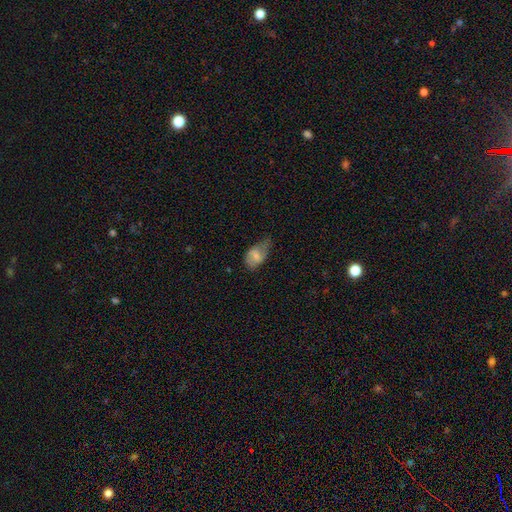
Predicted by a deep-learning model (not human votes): Smooth or featured?
  - smooth: 66% *
  - featured or disk: 26%
  - star or artifact: 8%
How rounded?
  - in between: 89% *
  - round: 9%
  - cigar-shaped: 2%
Merging?
  - minor disturbance: 42% *
  - none: 32%
  - major disturbance: 24%
  - merger: 2%